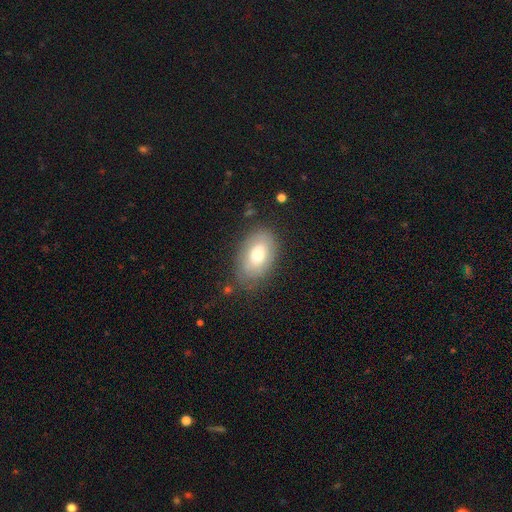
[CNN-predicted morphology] smooth-or-featured: smooth: 61% | featured or disk: 30% | star or artifact: 9%
  how-rounded: in between: 89% | round: 9% | cigar-shaped: 1%
  merging: none: 76% | minor disturbance: 17% | major disturbance: 5% | merger: 2%